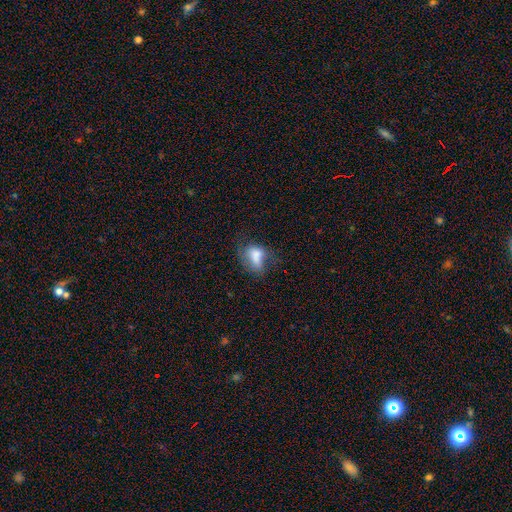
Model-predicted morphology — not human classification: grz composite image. It shows a smooth galaxy with no disk features (62%) that is in between round and cigar-shaped (81%). Merging: major disturbance (35%).